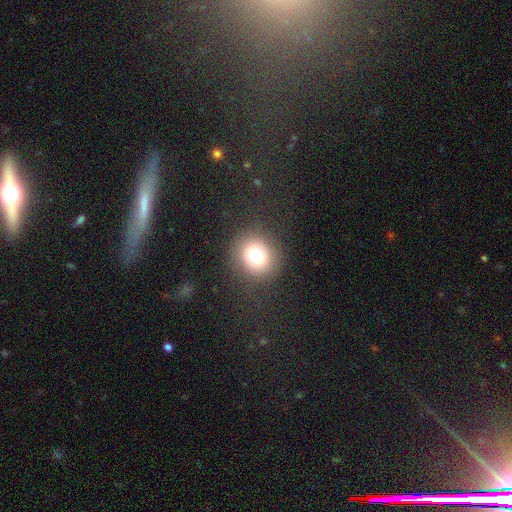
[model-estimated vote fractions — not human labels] smooth-or-featured: smooth: 76% | star or artifact: 14% | featured or disk: 10%
  how-rounded: round: 85% | in between: 14% | cigar-shaped: 1%
  merging: none: 84% | minor disturbance: 9% | major disturbance: 7% | merger: 1%